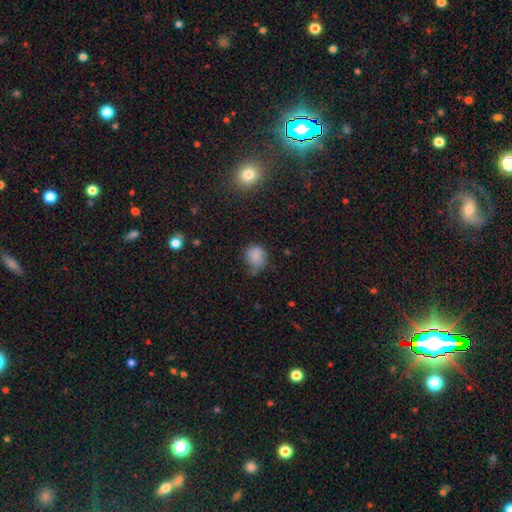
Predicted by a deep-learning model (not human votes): Overall: smooth (82%). How rounded: round (78%). Merging: none (61%; minor disturbance 29%).